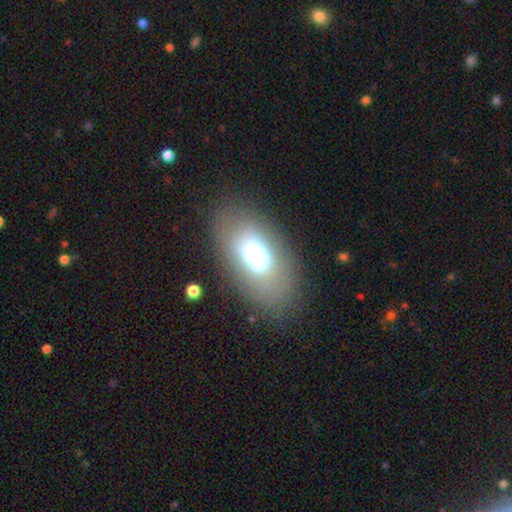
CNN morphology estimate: Smooth or featured: smooth — 57% (featured or disk — 33%)
How rounded: in between — 89% (round — 9%)
Merging: none — 75% (minor disturbance — 14%)